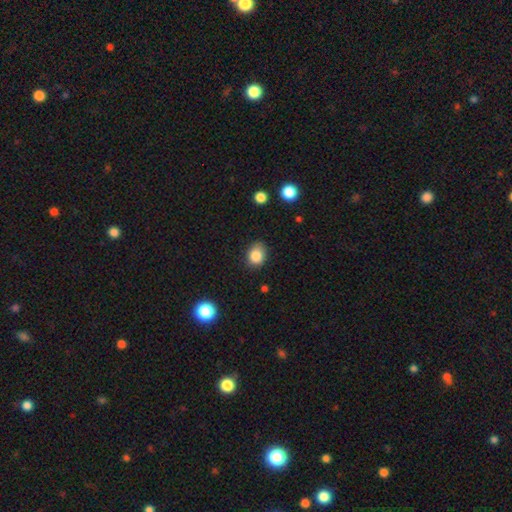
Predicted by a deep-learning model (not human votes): This is clearly a smooth galaxy (85%). How rounded: possibly round (54%). Merging: likely none (77%).